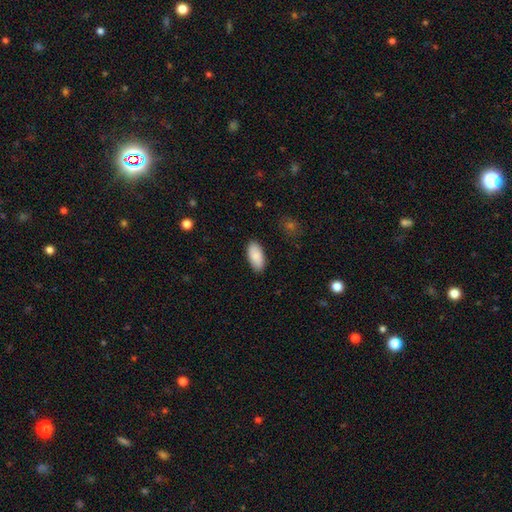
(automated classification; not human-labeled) Smooth or featured? Predicted: smooth (p=0.89). How rounded? Predicted: in between (p=0.93). Merging? Predicted: none (p=0.88).